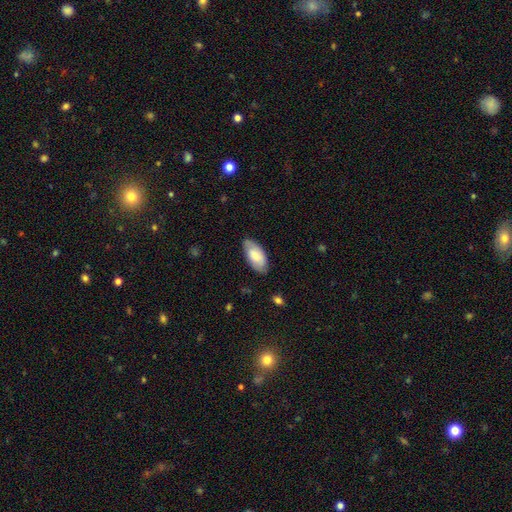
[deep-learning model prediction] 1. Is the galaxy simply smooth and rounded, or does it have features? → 70% smooth, 23% featured or disk, 6% star or artifact.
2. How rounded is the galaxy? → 93% in between, 4% cigar-shaped, 2% round.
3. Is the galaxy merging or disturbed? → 79% none, 16% minor disturbance, 3% major disturbance, 1% merger.